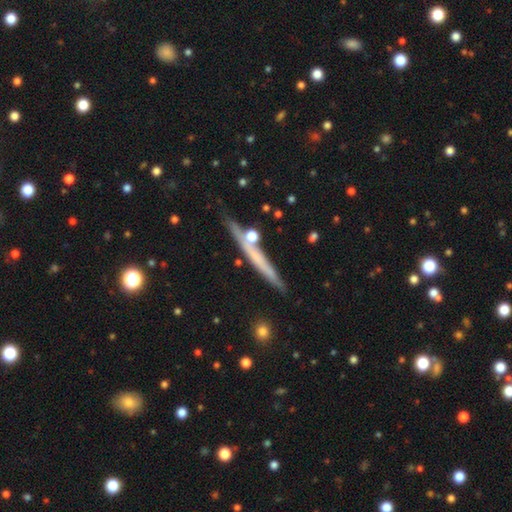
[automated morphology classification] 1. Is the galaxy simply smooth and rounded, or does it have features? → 53% featured or disk, 40% smooth, 8% star or artifact.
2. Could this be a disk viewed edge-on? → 95% yes, 5% no.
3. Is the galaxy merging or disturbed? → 78% none, 13% minor disturbance, 6% merger, 3% major disturbance.